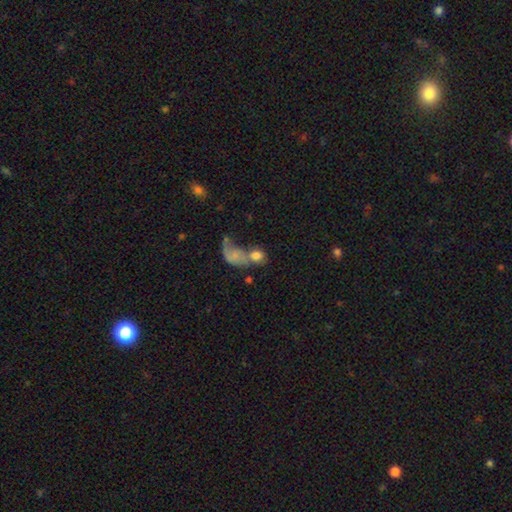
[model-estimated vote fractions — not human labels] smooth_or_featured: smooth (p=0.68) [alt: featured or disk p=0.21]
how_rounded: in between (p=0.53) [alt: round p=0.45]
merging: merger (p=0.62) [alt: none p=0.18]